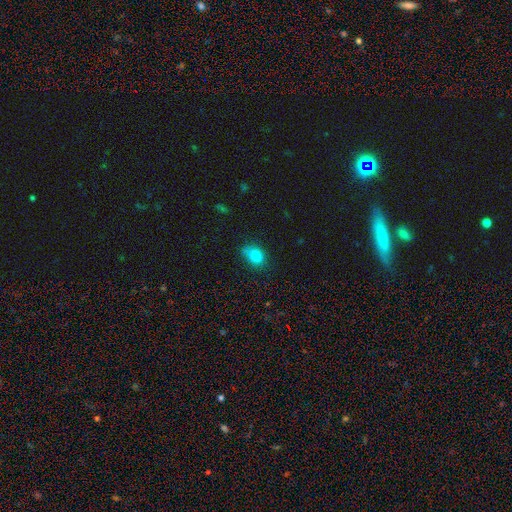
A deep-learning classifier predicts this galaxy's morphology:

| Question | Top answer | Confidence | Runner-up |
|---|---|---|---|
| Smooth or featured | smooth | 82% | star or artifact (11%) |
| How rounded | in between | 66% | round (33%) |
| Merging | none | 64% | minor disturbance (27%) |